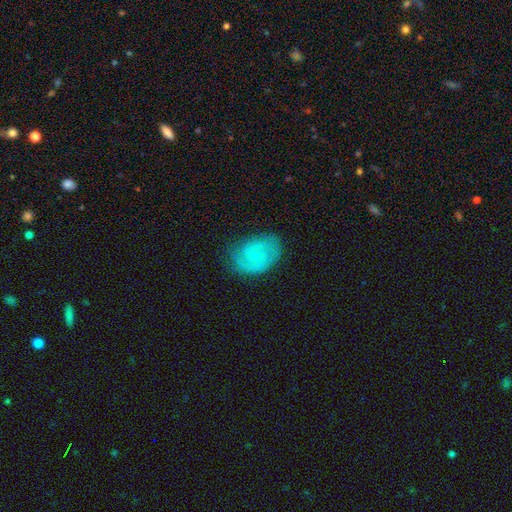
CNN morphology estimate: Overall: featured or disk (64%; smooth 29%). Edge-on disk: no (98%). Bar: no (58%; weak 37%). Spiral arms: yes (90%). Spiral arm count: 2 (63%). Spiral winding: tight (47%; medium 40%). Bulge size: small (63%). Merging: none (71%).